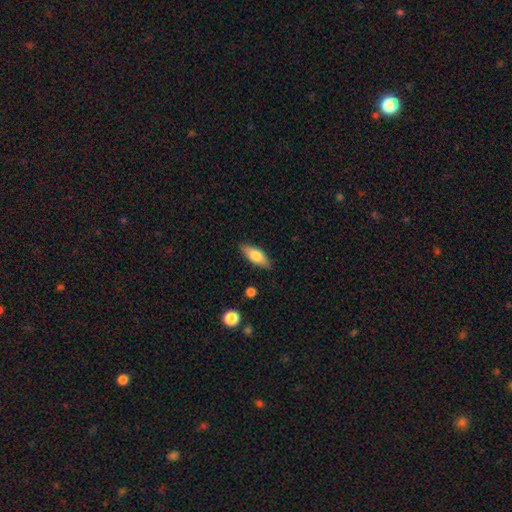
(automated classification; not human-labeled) A smooth galaxy with no disk features (67%) that is in between round and cigar-shaped (70%). Merging: none (85%).